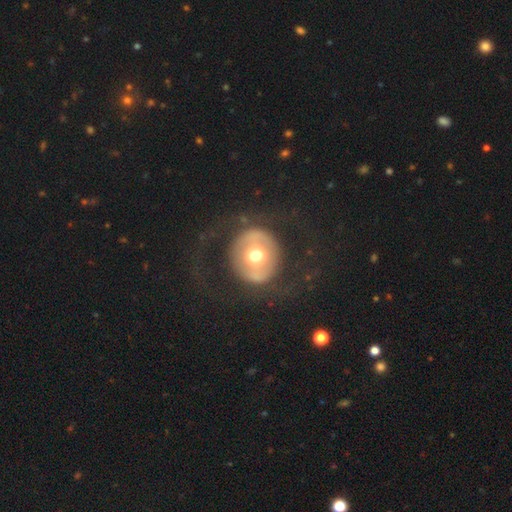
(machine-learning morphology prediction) featured or disk 49%, smooth 43%, star or artifact 8%. Down the decision tree: merging — none (69%).